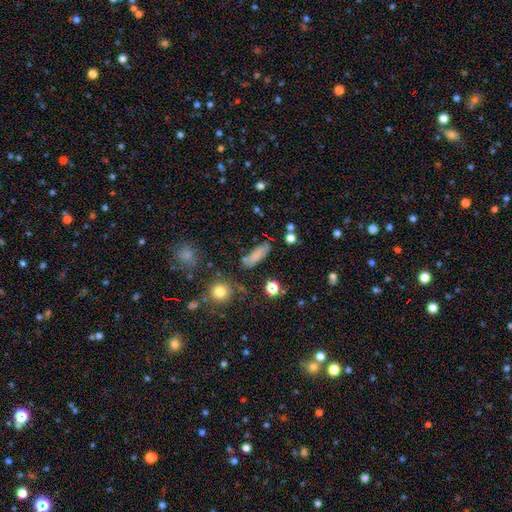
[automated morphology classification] This appears to be a smooth galaxy with no disk features (74%) that is in between round and cigar-shaped (56%). Merging: none (70%).